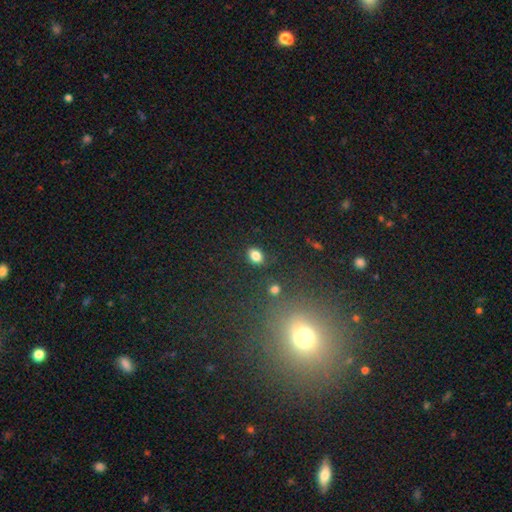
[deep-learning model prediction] Smooth or featured?
  - smooth: 83% *
  - star or artifact: 11%
  - featured or disk: 6%
How rounded?
  - in between: 65% *
  - round: 34%
  - cigar-shaped: 1%
Merging?
  - none: 84% *
  - minor disturbance: 11%
  - major disturbance: 3%
  - merger: 3%